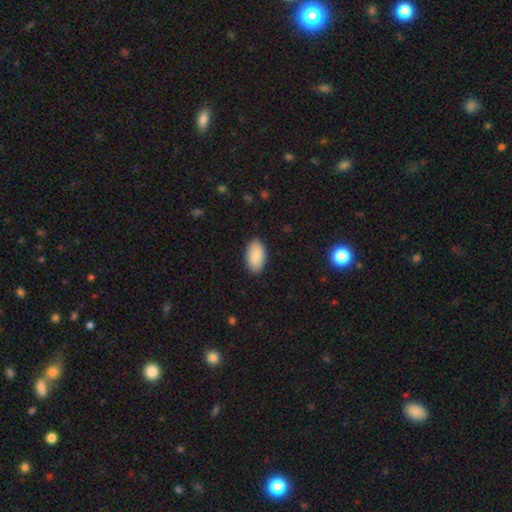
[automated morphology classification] Smooth or featured? smooth (90%)
How rounded? in between (95%)
Merging? none (87%)